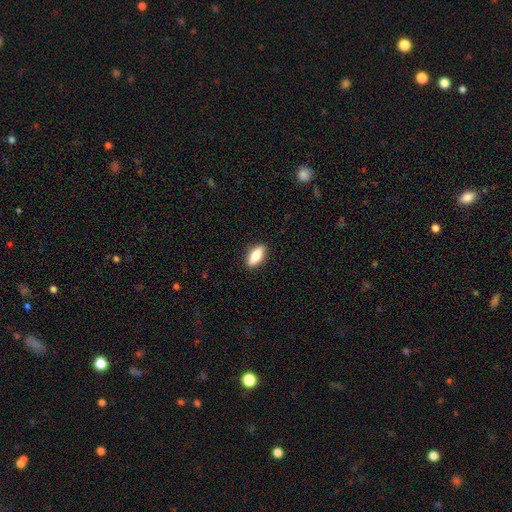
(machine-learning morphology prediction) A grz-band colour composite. It shows a smooth galaxy with no disk features (79%) that is in between round and cigar-shaped (79%). Merging: none (89%).